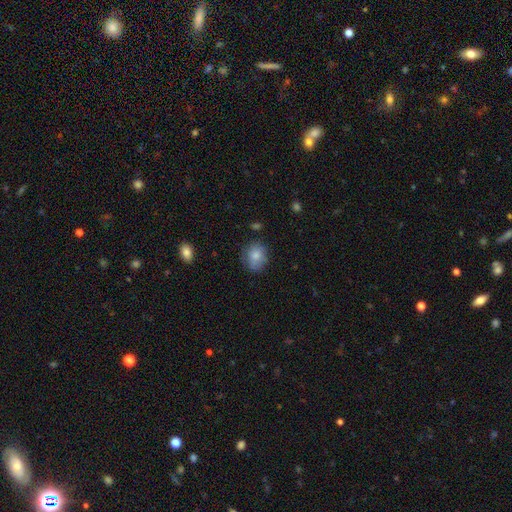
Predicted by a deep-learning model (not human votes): Smooth or featured? smooth (81%)
How rounded? round (60%)
Merging? none (72%)